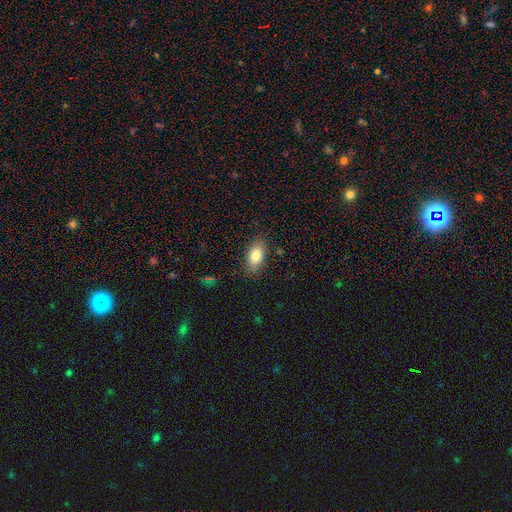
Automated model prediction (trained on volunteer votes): Smooth or featured? smooth (81%)
How rounded? in between (88%)
Merging? none (81%)